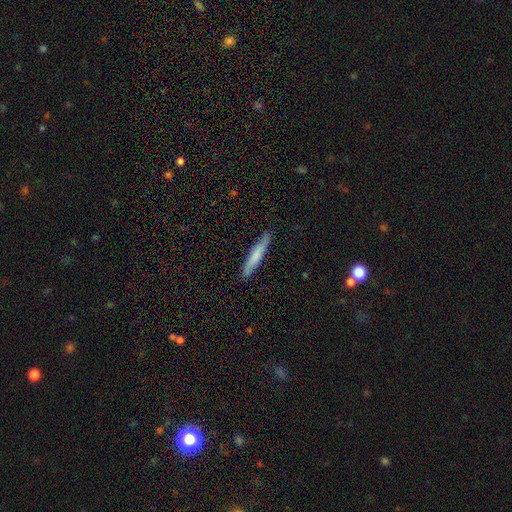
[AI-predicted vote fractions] A smooth galaxy with no disk features (69%) that is cigar-shaped (93%). Merging: none (88%).